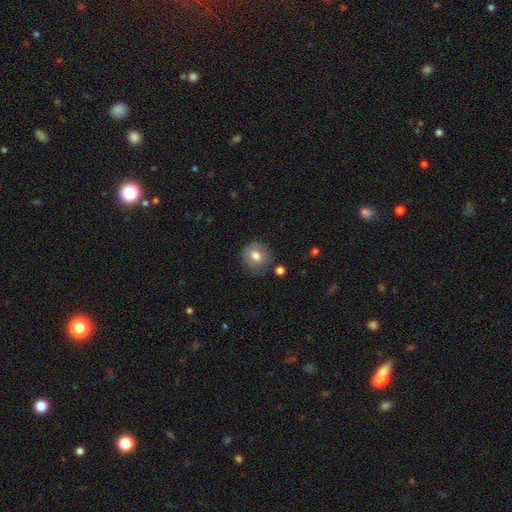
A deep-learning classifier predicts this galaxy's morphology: Smooth or featured? Predicted: smooth (p=0.72). How rounded? Predicted: round (p=0.83). Merging? Predicted: none (p=0.76).